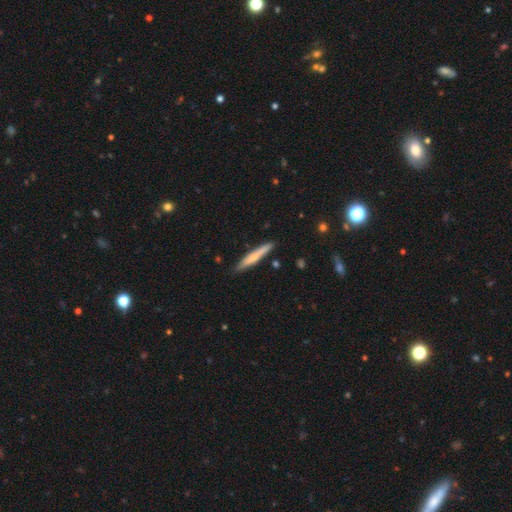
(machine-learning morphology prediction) smooth-or-featured: smooth: 60% | featured or disk: 34% | star or artifact: 5%
  how-rounded: cigar-shaped: 93% | in between: 5% | round: 1%
  merging: none: 85% | minor disturbance: 11% | merger: 2% | major disturbance: 2%